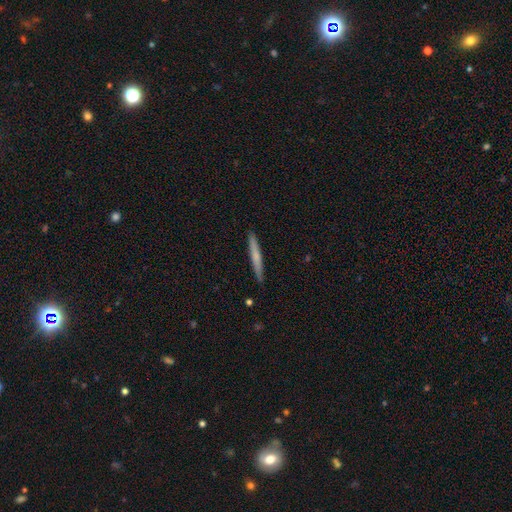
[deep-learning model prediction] Smooth or featured? Predicted: smooth (p=0.57). How rounded? Predicted: cigar-shaped (p=0.96). Merging? Predicted: none (p=0.91).